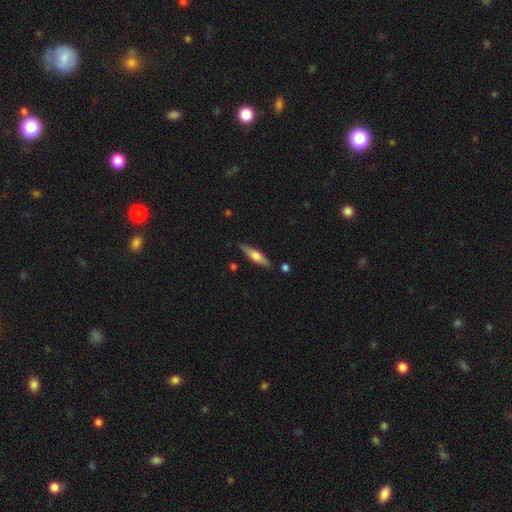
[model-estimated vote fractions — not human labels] A featured or disk galaxy (50%). Merging: none (86%).